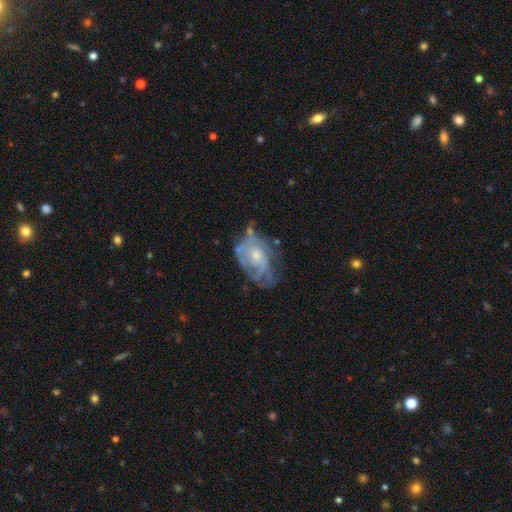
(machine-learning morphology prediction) smooth_or_featured: featured or disk (p=0.69) [alt: smooth p=0.24]
disk_edge_on: no (p=0.96) [alt: yes p=0.04]
bar: no (p=0.81) [alt: weak p=0.17]
has_spiral_arms: yes (p=0.64) [alt: no p=0.36]
bulge_size: small (p=0.48) [alt: moderate p=0.45]
merging: none (p=0.41) [alt: minor disturbance p=0.31]